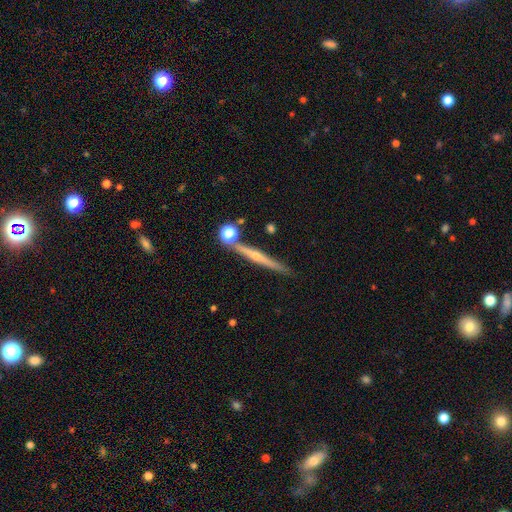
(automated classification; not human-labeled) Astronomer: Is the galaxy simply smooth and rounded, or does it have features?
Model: featured or disk — 68%.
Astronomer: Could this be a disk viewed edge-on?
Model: yes — 97%.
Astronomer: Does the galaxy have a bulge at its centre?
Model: rounded — 74%.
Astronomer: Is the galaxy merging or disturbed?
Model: none — 80%.